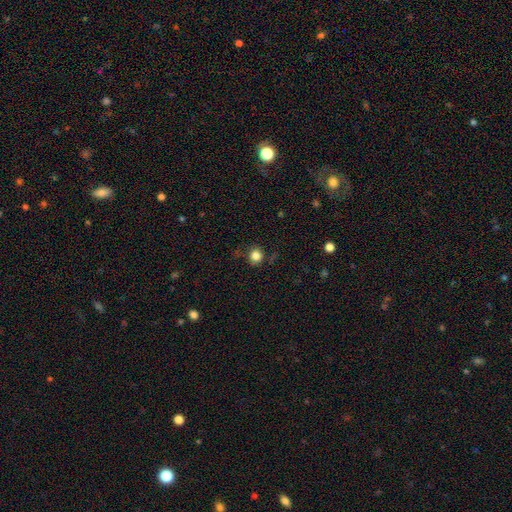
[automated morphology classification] A smooth galaxy with no disk features (83%) that is round (85%). Merging: none (82%).